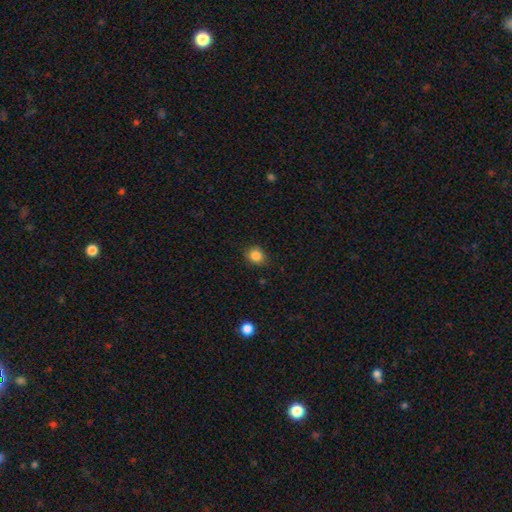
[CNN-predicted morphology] The model was most divided on "how rounded": round: 75%, in between: 24%, cigar-shaped: 1%. More confident: merging — none (86%); smooth or featured — smooth (85%).